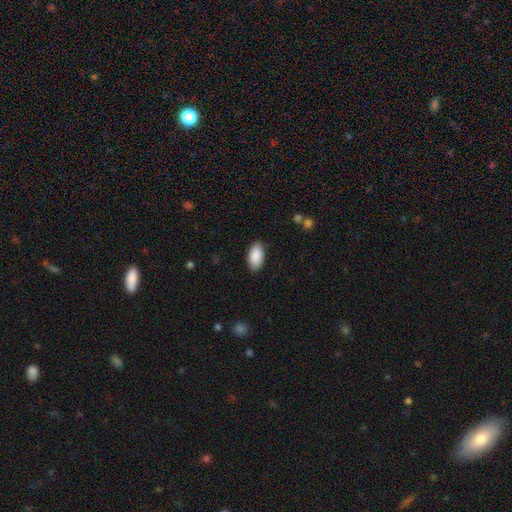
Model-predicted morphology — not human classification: Overall: smooth (90%). How rounded: in between (95%). Merging: none (86%).